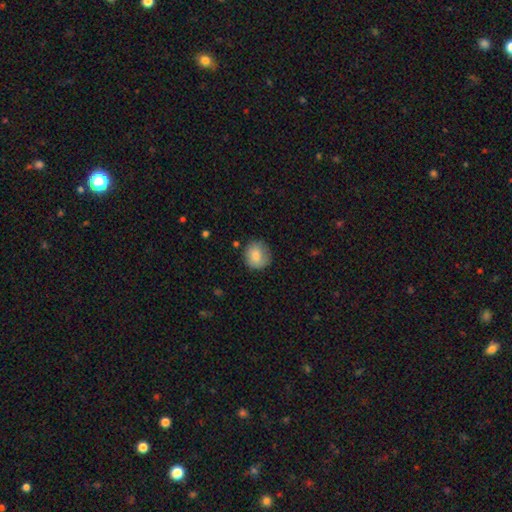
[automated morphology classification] type=smooth (82%); roundness=round (85%); merging=none (77%).